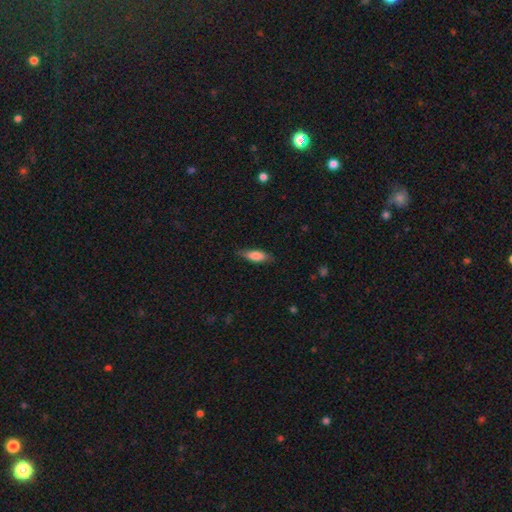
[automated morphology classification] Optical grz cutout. It shows a smooth galaxy with no disk features (79%) that is in between round and cigar-shaped (62%). Merging: none (78%).